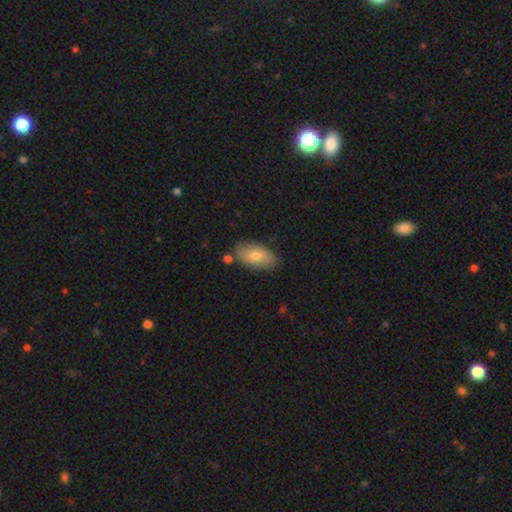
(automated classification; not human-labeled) Smooth or featured? Predicted: smooth (p=0.72). How rounded? Predicted: in between (p=0.92). Merging? Predicted: none (p=0.81).